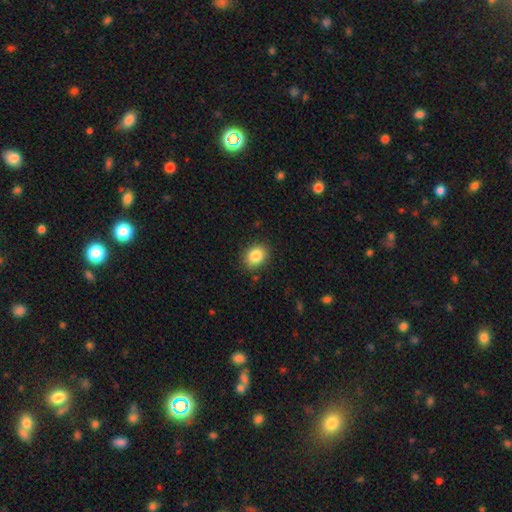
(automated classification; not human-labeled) The model was most divided on "how rounded": in between: 53%, round: 46%, cigar-shaped: 1%. More confident: merging — none (86%); smooth or featured — smooth (86%).